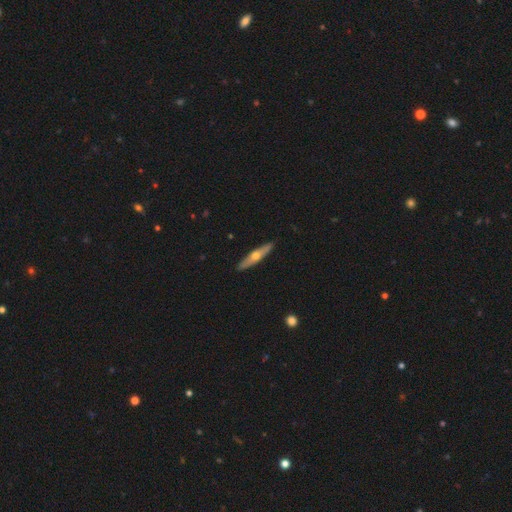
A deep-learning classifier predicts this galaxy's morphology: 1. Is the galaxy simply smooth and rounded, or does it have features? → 55% featured or disk, 39% smooth, 5% star or artifact.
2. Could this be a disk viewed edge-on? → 91% yes, 9% no.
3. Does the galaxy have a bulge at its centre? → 91% rounded, 7% none, 2% boxy.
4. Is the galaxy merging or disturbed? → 91% none, 7% minor disturbance, 1% major disturbance, 1% merger.